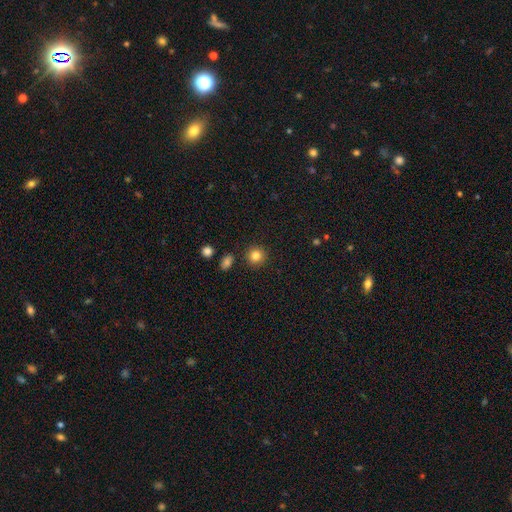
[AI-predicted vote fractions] This appears to be a smooth galaxy with no disk features (83%) that is round (92%). Merging: none (90%).